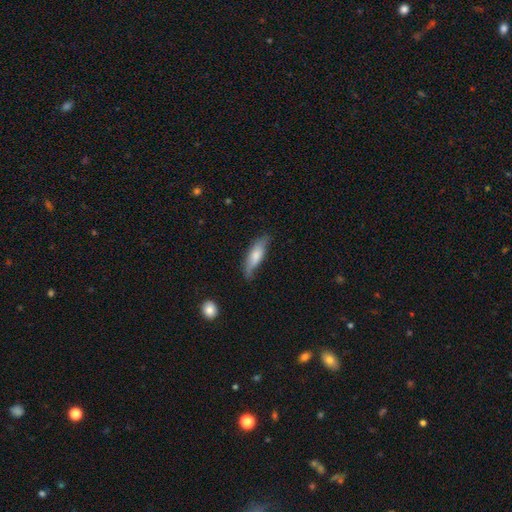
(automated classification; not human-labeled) Smooth or featured?
  - smooth: 67% *
  - featured or disk: 27%
  - star or artifact: 6%
How rounded?
  - in between: 49% * (tied)
  - cigar-shaped: 49% * (tied)
  - round: 2%
Merging?
  - none: 59% *
  - minor disturbance: 30%
  - major disturbance: 8%
  - merger: 2%